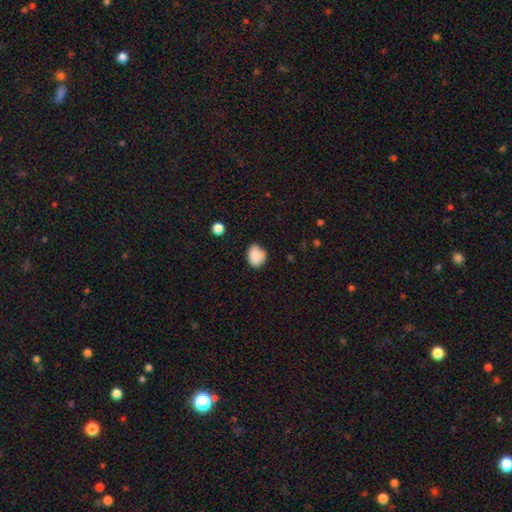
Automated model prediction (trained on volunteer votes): Morphology: type=smooth (86%); roundness=in between (50%); merging=none (70%).